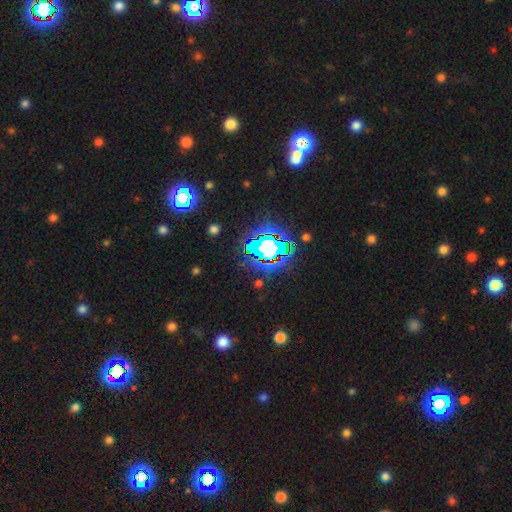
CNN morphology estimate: Smooth or featured: star or artifact — 82% (smooth — 11%)